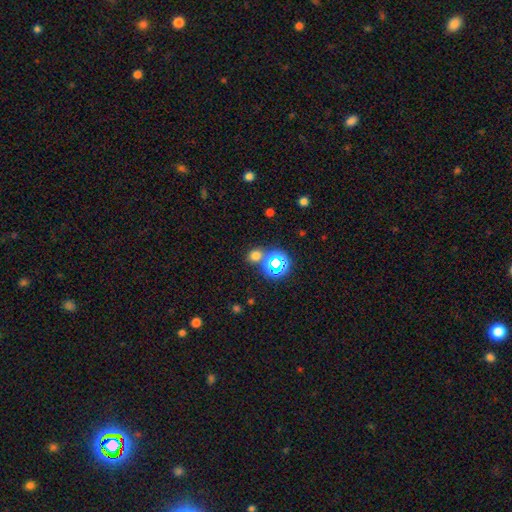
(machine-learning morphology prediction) Q: Smooth or featured?
A: smooth (60%); runner-up: star or artifact (33%)
Q: How rounded?
A: round (66%); runner-up: in between (32%)
Q: Merging?
A: none (70%); runner-up: merger (17%)